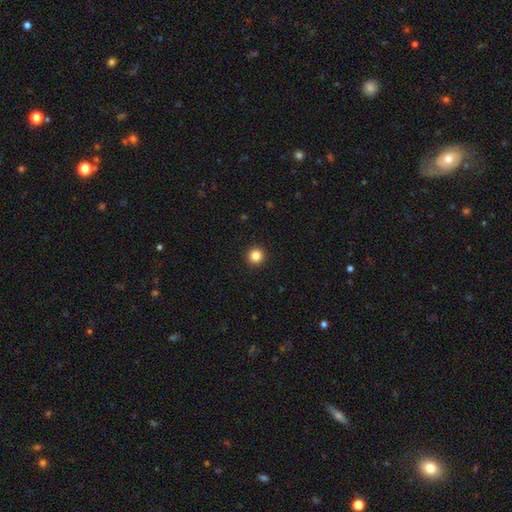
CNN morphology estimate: A smooth galaxy with no disk features (85%) that is round (96%).

Vote fractions:
- Smooth or featured? smooth: 85% / star or artifact: 11% / featured or disk: 4%
- How rounded? round: 96% / in between: 3% / cigar-shaped: 1%
- Merging? none: 94% / minor disturbance: 4% / major disturbance: 1% / merger: 1%